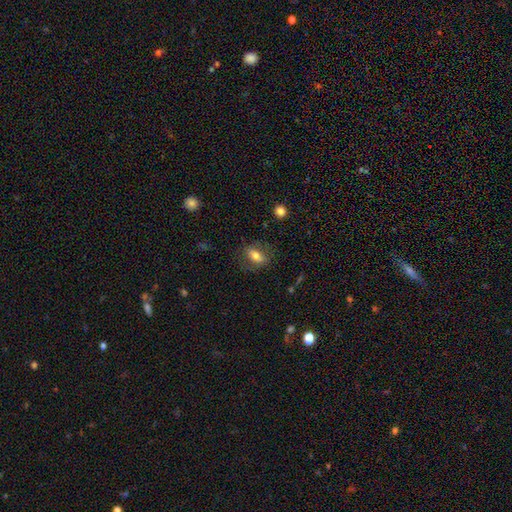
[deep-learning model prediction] smooth_or_featured: smooth (p=0.67) [alt: featured or disk p=0.25]
how_rounded: in between (p=0.78) [alt: round p=0.14]
merging: none (p=0.72) [alt: minor disturbance p=0.17]